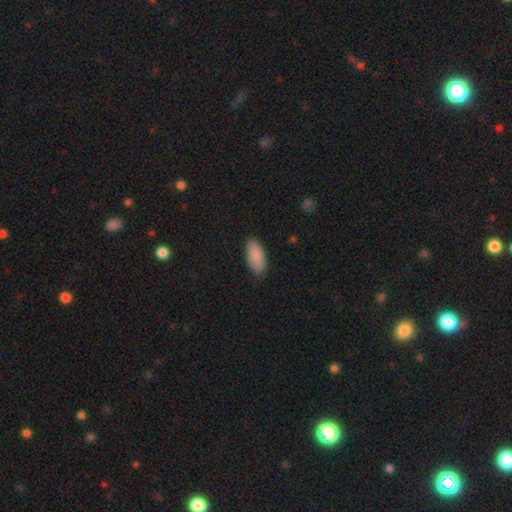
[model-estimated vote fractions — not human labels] The model was most divided on "merging": none: 82%, minor disturbance: 14%, major disturbance: 2%, merger: 1%. More confident: smooth or featured — smooth (89%); how rounded — in between (88%).